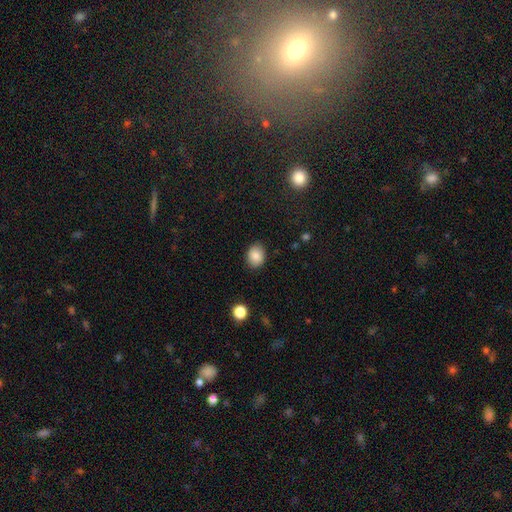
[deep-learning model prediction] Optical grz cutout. It shows a smooth galaxy with no disk features (86%) that is in between round and cigar-shaped (62%). Merging: none (85%).